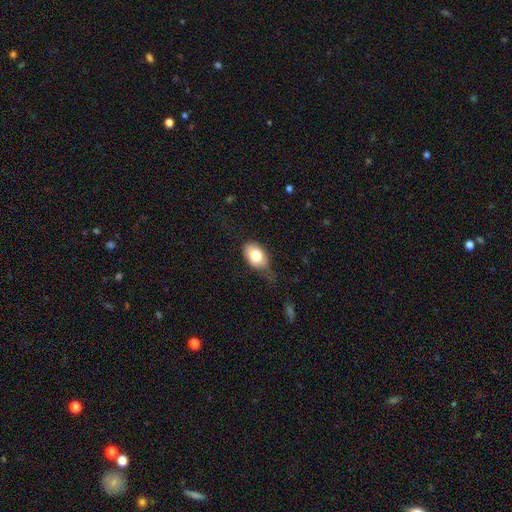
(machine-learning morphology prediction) The model was most divided on "merging": none: 55%, minor disturbance: 32%, major disturbance: 10%, merger: 2%. More confident: how rounded — in between (83%); smooth or featured — smooth (78%).